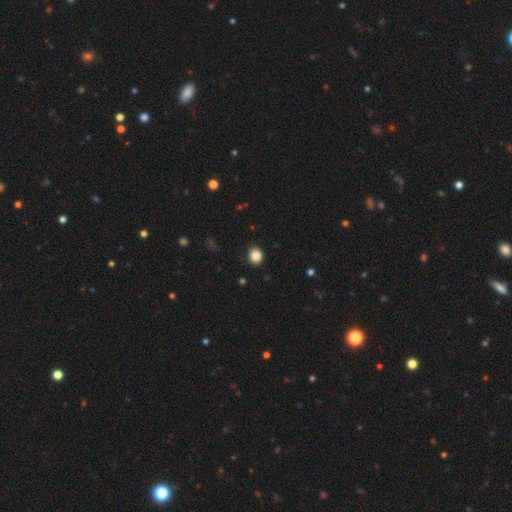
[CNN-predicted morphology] Smooth or featured? smooth (86%)
How rounded? round (69%)
Merging? none (89%)